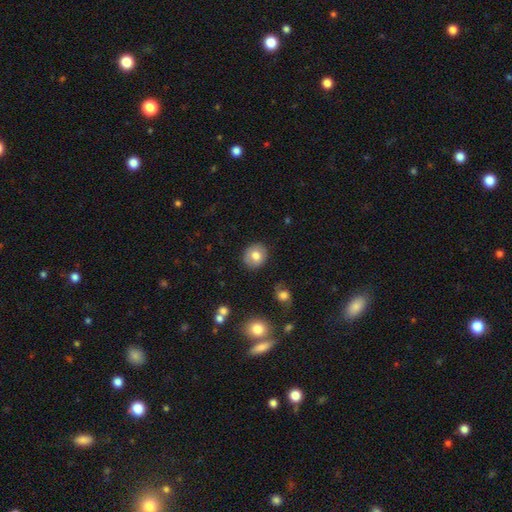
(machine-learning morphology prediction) This is likely a smooth galaxy (78%). How rounded: likely round (78%). Merging: clearly none (88%).